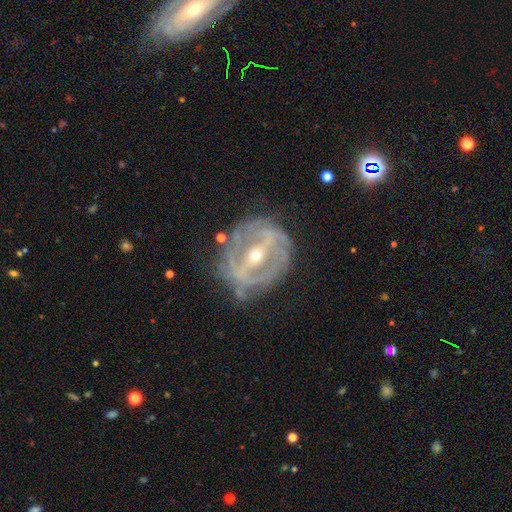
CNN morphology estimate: This is clearly a featured or disk galaxy (86%). It is clearly not viewed edge-on (93%). Bar: likely strong (62%). Spiral arm pattern: likely yes (70%). Spiral arm count: marginally 2 (43%). Spiral winding: possibly tight (55%). Central bulge: possibly small (60%). Merging: likely none (63%).